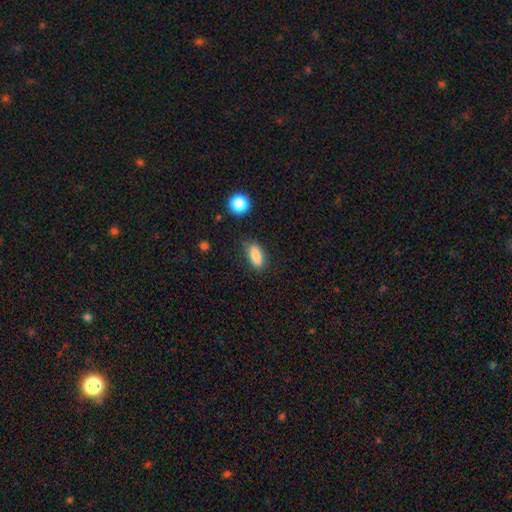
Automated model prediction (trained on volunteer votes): Smooth or featured?
  - smooth: 87% *
  - star or artifact: 8%
  - featured or disk: 5%
How rounded?
  - in between: 83% *
  - cigar-shaped: 13%
  - round: 4%
Merging?
  - none: 83% *
  - minor disturbance: 12%
  - major disturbance: 3%
  - merger: 2%